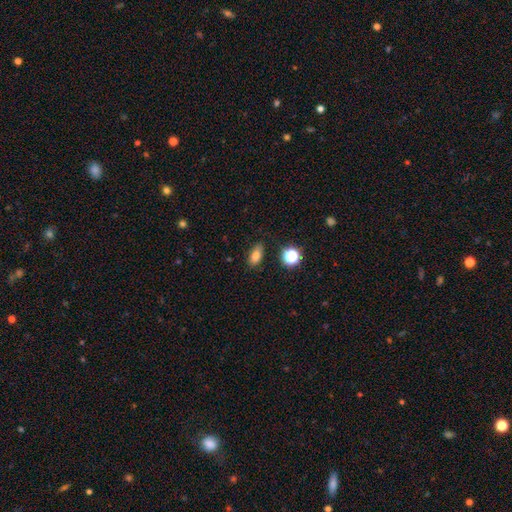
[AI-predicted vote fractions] Smooth or featured: smooth — 81% (star or artifact — 13%)
How rounded: in between — 83% (round — 10%)
Merging: none — 81% (minor disturbance — 14%)